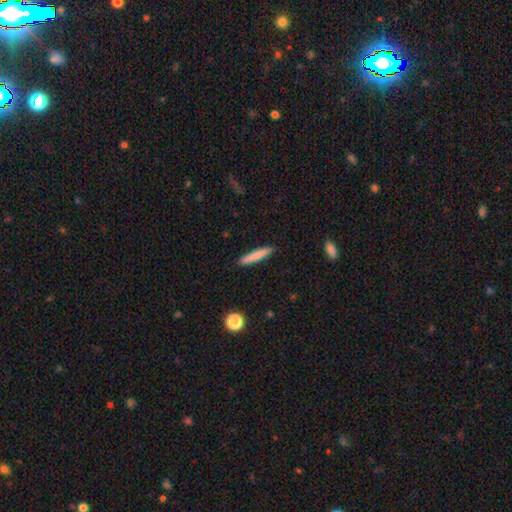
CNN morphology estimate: Smooth or featured? smooth (79%)
How rounded? cigar-shaped (93%)
Merging? none (91%)